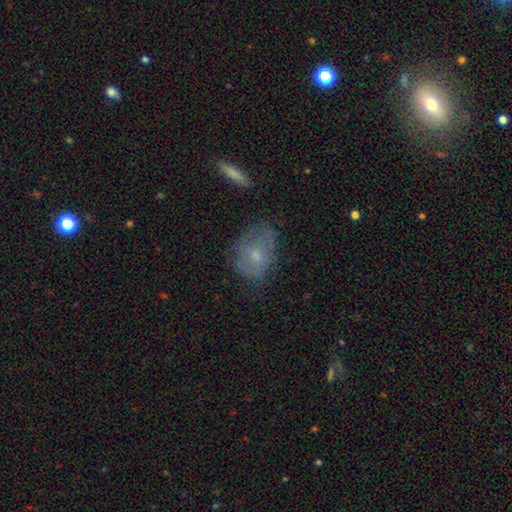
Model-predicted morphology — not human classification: smooth 55%, featured or disk 37%, star or artifact 9%. Down the decision tree: how rounded — in between (69%); merging — none (54%).